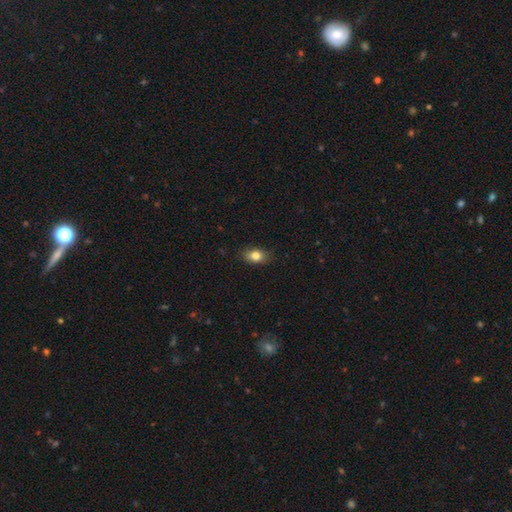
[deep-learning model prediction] smooth 82%, featured or disk 9%, star or artifact 9%. Down the decision tree: how rounded — in between (78%); merging — none (81%).